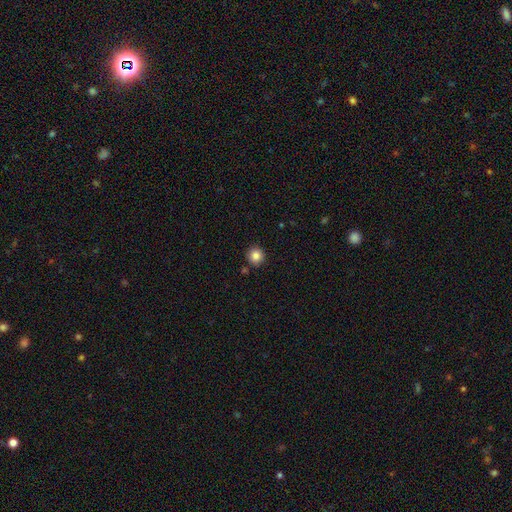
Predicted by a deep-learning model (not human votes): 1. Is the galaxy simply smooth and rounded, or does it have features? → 85% smooth, 10% star or artifact, 5% featured or disk.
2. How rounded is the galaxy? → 95% round, 4% in between, 1% cigar-shaped.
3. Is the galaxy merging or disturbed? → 89% none, 7% minor disturbance, 3% merger, 2% major disturbance.